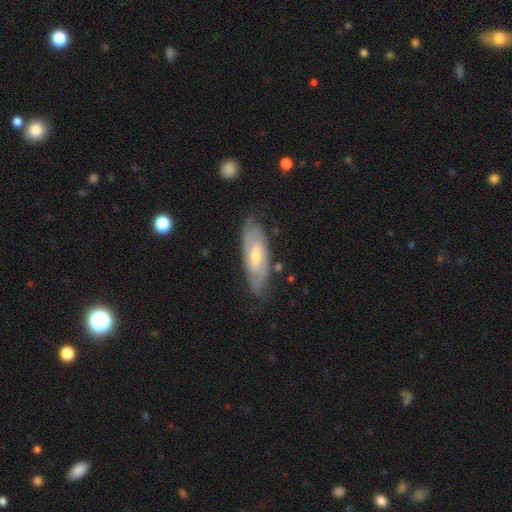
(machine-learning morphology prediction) Overall: featured or disk (76%). Edge-on disk: no (87%). Bar: no (49%; weak 41%). Spiral arms: yes (91%). Spiral arm count: 2 (47%; can't tell 36%). Spiral winding: tight (63%; medium 29%). Bulge size: moderate (50%; small 45%). Merging: none (76%).